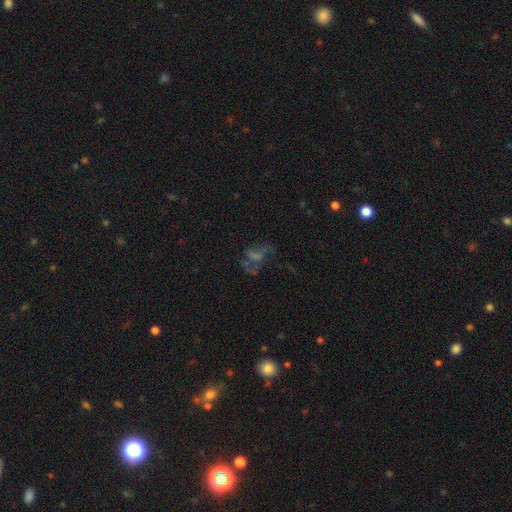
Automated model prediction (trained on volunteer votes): Smooth or featured? featured or disk (49%)
Merging? none (40%)